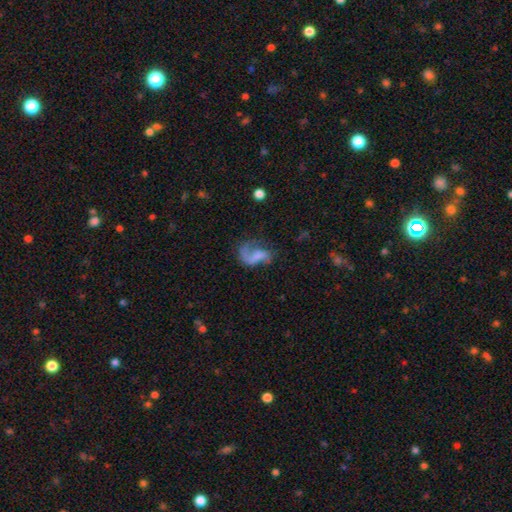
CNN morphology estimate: The model was most divided on "merging": major disturbance: 41%, none: 34%, minor disturbance: 19%, merger: 5%. More confident: edge-on disk — no (97%); spiral arms — yes (78%); bulge size — none (59%); smooth or featured — featured or disk (59%); bar — no (57%).